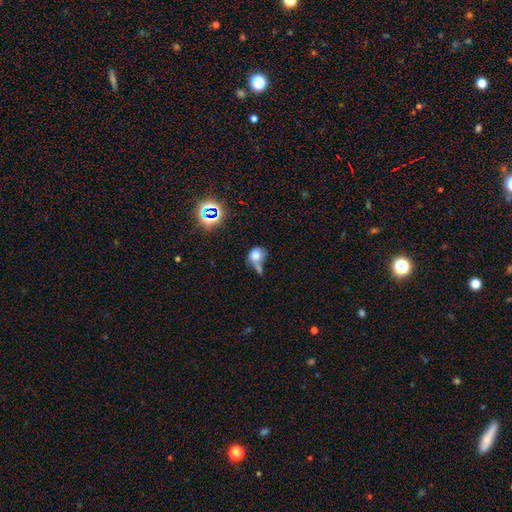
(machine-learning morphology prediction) smooth_or_featured: smooth (p=0.69) [alt: star or artifact p=0.16]
how_rounded: round (p=0.62) [alt: in between p=0.36]
merging: merger (p=0.36) [alt: none p=0.29]